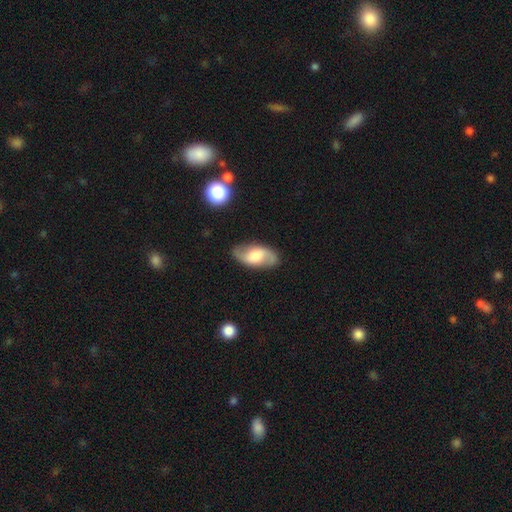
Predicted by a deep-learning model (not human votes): smooth_or_featured: featured or disk (p=0.60) [alt: smooth p=0.33]
disk_edge_on: no (p=0.93) [alt: yes p=0.07]
bar: no (p=0.45) [alt: weak p=0.42]
has_spiral_arms: yes (p=0.88) [alt: no p=0.12]
bulge_size: moderate (p=0.45) [alt: large p=0.29]
merging: none (p=0.83) [alt: minor disturbance p=0.12]